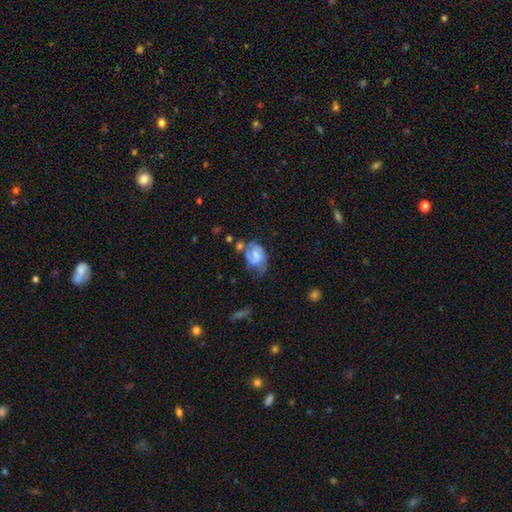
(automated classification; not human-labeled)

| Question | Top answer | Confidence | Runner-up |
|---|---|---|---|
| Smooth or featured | featured or disk | 49% | smooth (42%) |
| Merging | none | 33% | minor disturbance (30%) |